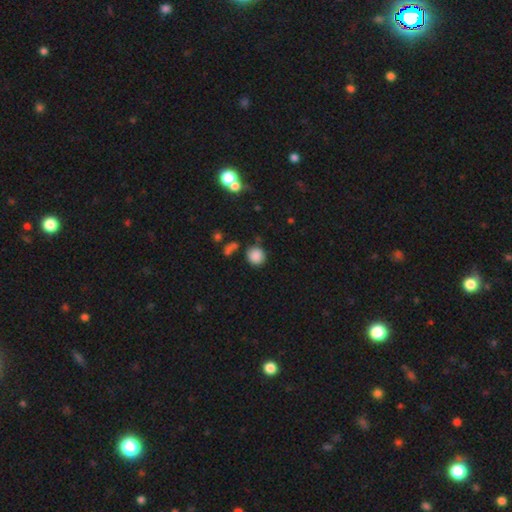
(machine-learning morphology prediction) This appears to be a smooth galaxy with no disk features (85%) that is round (86%). Merging: none (76%).